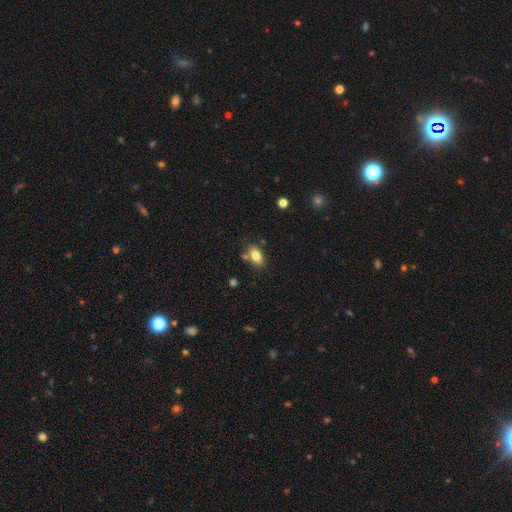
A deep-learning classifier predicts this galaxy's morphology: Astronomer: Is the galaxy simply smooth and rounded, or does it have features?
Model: smooth — 82%.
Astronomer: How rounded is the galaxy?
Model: in between — 88%.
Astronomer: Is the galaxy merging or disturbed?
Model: none — 72%.